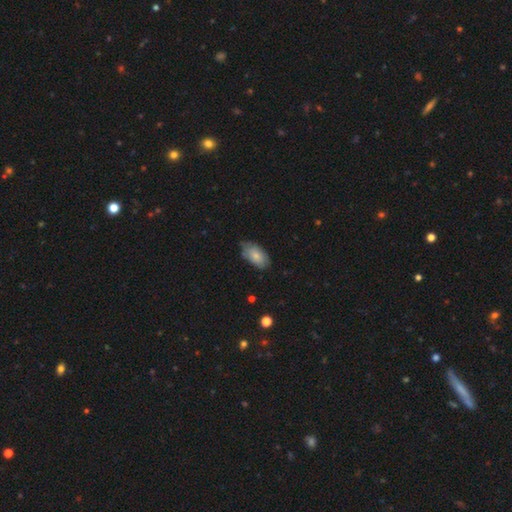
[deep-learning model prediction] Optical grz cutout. It shows a smooth galaxy with no disk features (78%) that is in between round and cigar-shaped (94%). Merging: none (68%).